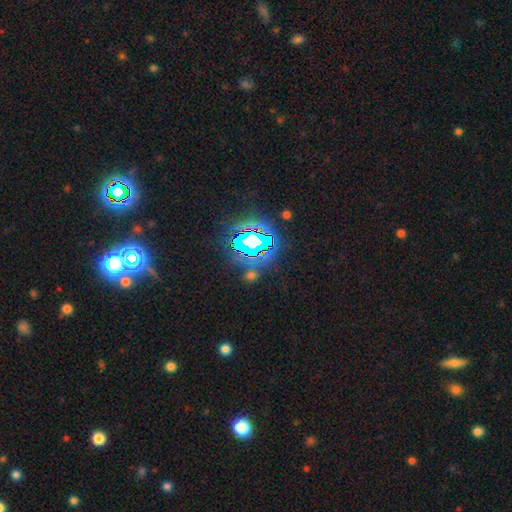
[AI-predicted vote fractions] A star or artifact, not a galaxy (83%).